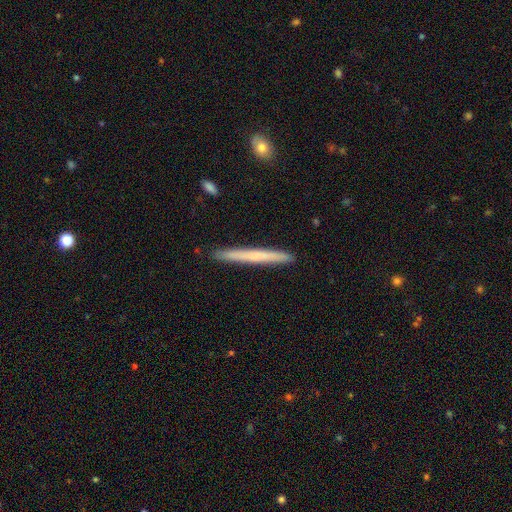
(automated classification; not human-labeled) A smooth galaxy with no disk features (55%) that is cigar-shaped (97%). Merging: none (92%).